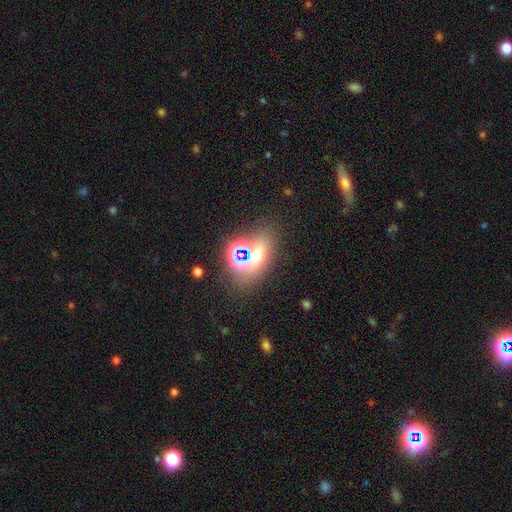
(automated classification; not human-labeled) smooth 45%, star or artifact 38%, featured or disk 17%. Down the decision tree: merging — none (63%).